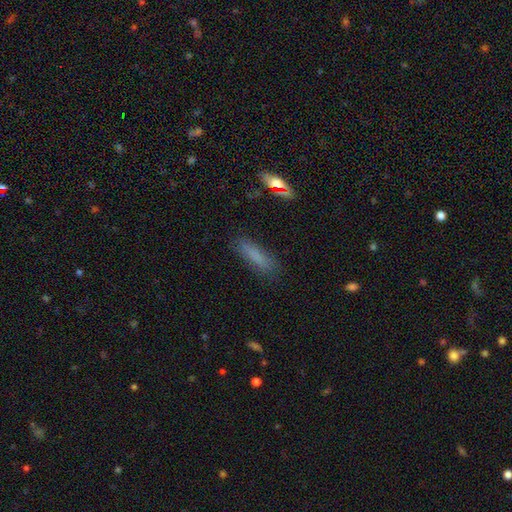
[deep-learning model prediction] Smooth or featured: smooth — 80% (featured or disk — 11%)
How rounded: cigar-shaped — 64% (in between — 34%)
Merging: none — 82% (minor disturbance — 13%)